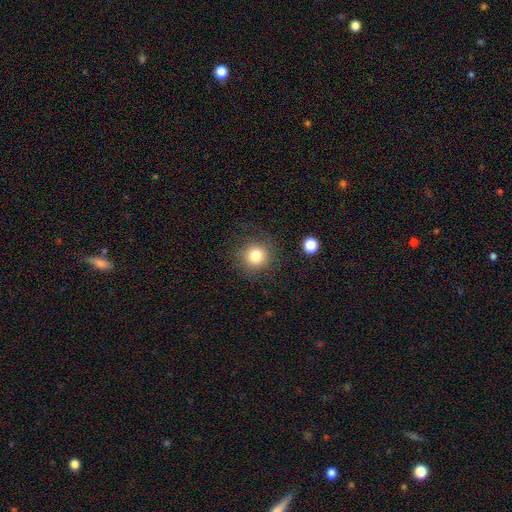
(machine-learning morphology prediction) A smooth galaxy with no disk features (79%) that is round (93%).

Vote fractions:
- Smooth or featured? smooth: 79% / star or artifact: 13% / featured or disk: 8%
- How rounded? round: 93% / in between: 6% / cigar-shaped: 1%
- Merging? none: 85% / minor disturbance: 9% / major disturbance: 4% / merger: 2%